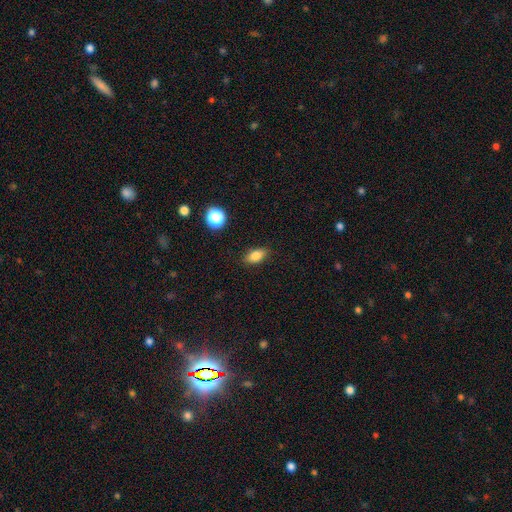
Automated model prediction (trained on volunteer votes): Smooth or featured?
  - smooth: 81% *
  - star or artifact: 10%
  - featured or disk: 9%
How rounded?
  - in between: 83% *
  - round: 11%
  - cigar-shaped: 6%
Merging?
  - none: 85% *
  - minor disturbance: 11%
  - major disturbance: 2%
  - merger: 1%